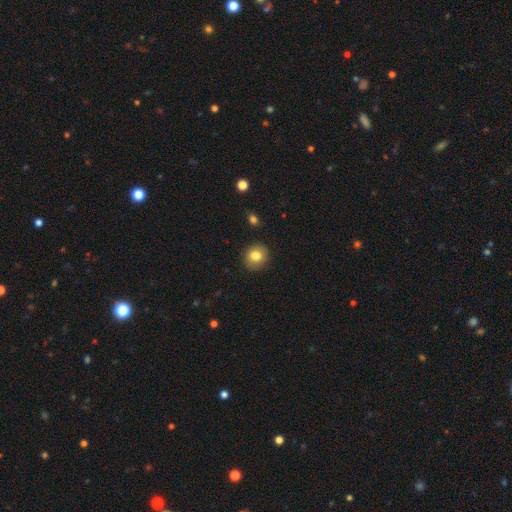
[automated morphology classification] Q: Smooth or featured?
A: smooth (82%); runner-up: star or artifact (9%)
Q: How rounded?
A: round (83%); runner-up: in between (16%)
Q: Merging?
A: none (88%); runner-up: minor disturbance (9%)